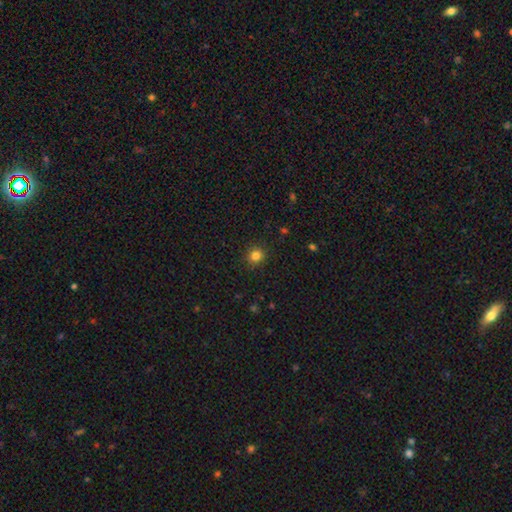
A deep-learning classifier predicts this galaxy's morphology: This appears to be a smooth galaxy with no disk features (83%) that is round (86%). Merging: none (89%).